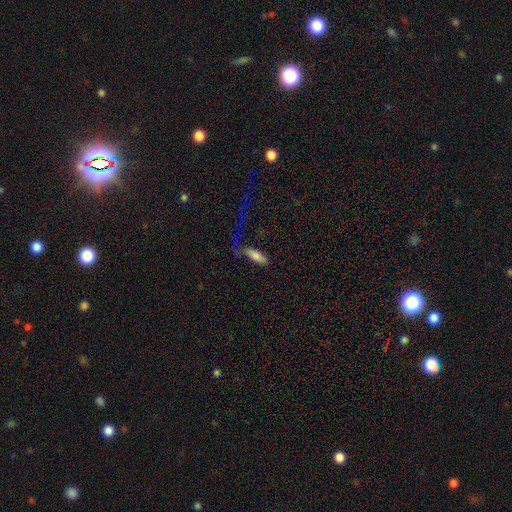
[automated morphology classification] A smooth galaxy with no disk features (77%) that is in between round and cigar-shaped (65%).

Vote fractions:
- Smooth or featured? smooth: 77% / featured or disk: 14% / star or artifact: 9%
- How rounded? in between: 65% / cigar-shaped: 32% / round: 3%
- Merging? none: 45% / major disturbance: 27% / minor disturbance: 20% / merger: 8%